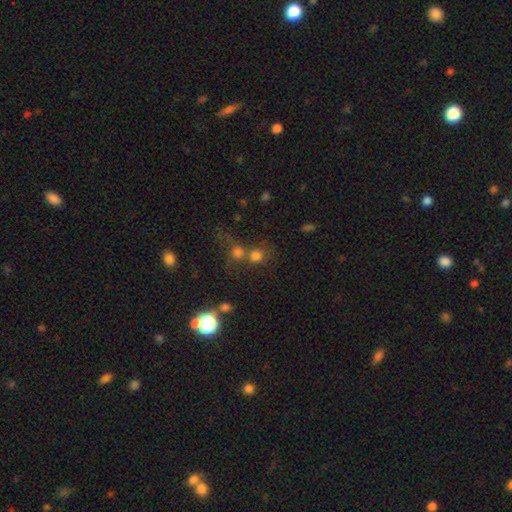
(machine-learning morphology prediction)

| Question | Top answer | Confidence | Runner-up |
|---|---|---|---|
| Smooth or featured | smooth | 72% | star or artifact (18%) |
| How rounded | round | 85% | in between (13%) |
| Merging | none | 43% | tied: merger (43%) |